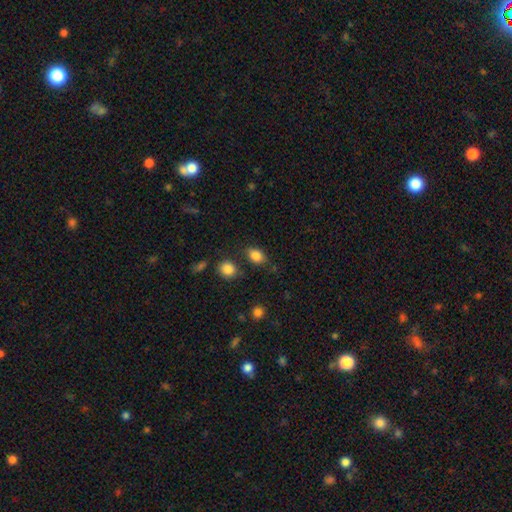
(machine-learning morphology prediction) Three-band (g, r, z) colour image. It shows a smooth galaxy with no disk features (85%) that is in between round and cigar-shaped (74%). Merging: none (76%).